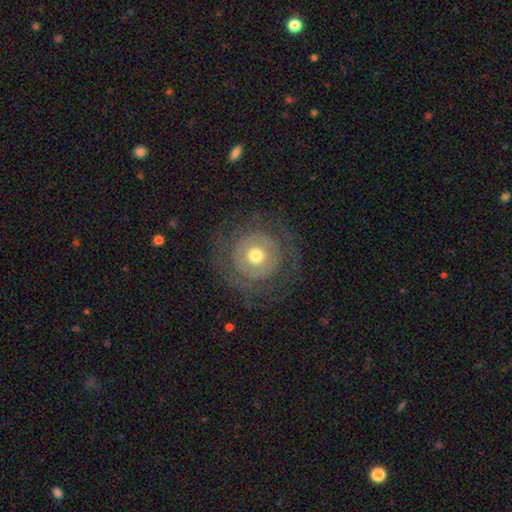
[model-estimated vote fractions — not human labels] smooth-or-featured: featured or disk: 61% | smooth: 31% | star or artifact: 8%
  disk-edge-on: no: 96% | yes: 4%
    bar: no: 88% | weak: 9% | strong: 3%
    has-spiral-arms: yes: 53% | no: 47%
    bulge-size: moderate: 68% | large: 15% | small: 14% | dominant: 2% | none: 1%
  merging: none: 74% | minor disturbance: 13% | major disturbance: 12% | merger: 1%